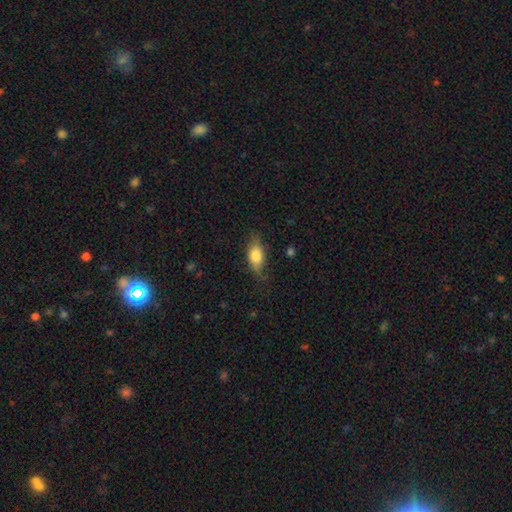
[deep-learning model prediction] Smooth or featured? Predicted: smooth (p=0.76). How rounded? Predicted: in between (p=0.83). Merging? Predicted: none (p=0.68).